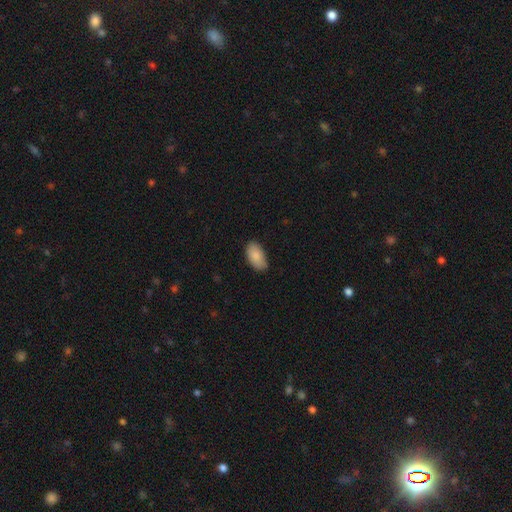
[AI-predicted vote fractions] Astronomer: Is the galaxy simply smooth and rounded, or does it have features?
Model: smooth — 87%.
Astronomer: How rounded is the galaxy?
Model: in between — 95%.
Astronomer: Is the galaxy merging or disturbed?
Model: none — 79%.